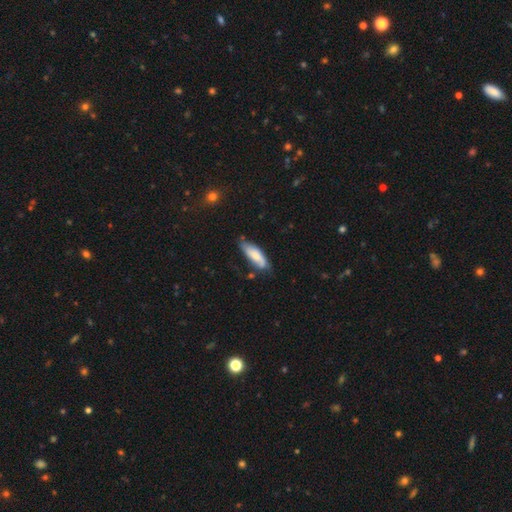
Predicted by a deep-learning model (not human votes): smooth-or-featured: smooth: 69% | featured or disk: 24% | star or artifact: 6%
  how-rounded: in between: 63% | cigar-shaped: 35% | round: 2%
  merging: none: 56% | minor disturbance: 31% | major disturbance: 8% | merger: 6%